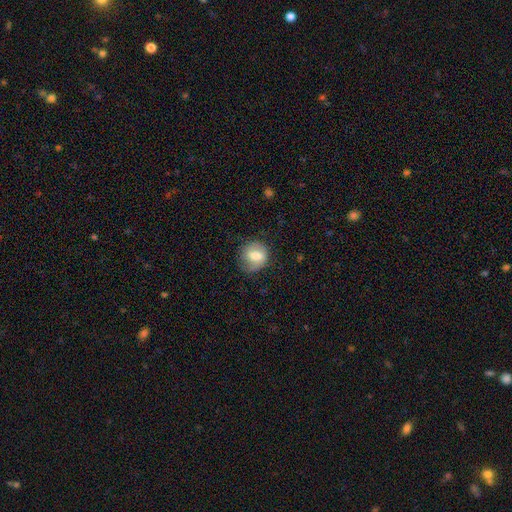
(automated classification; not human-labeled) smooth_or_featured: smooth (p=0.66) [alt: featured or disk p=0.26]
how_rounded: round (p=0.73) [alt: in between p=0.26]
merging: none (p=0.64) [alt: minor disturbance p=0.24]